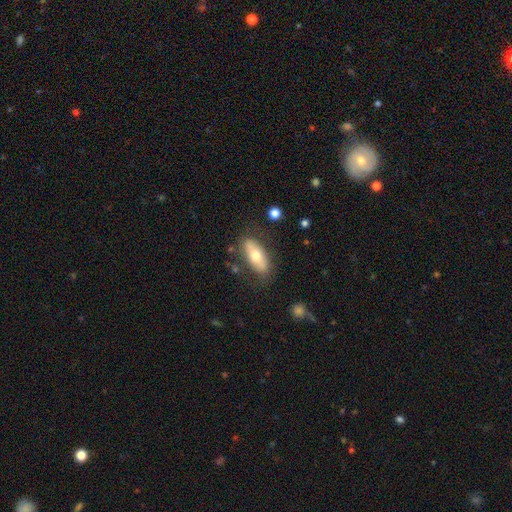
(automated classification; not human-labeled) This is possibly a smooth galaxy (59%). How rounded: likely in between (77%). Merging: likely none (77%).